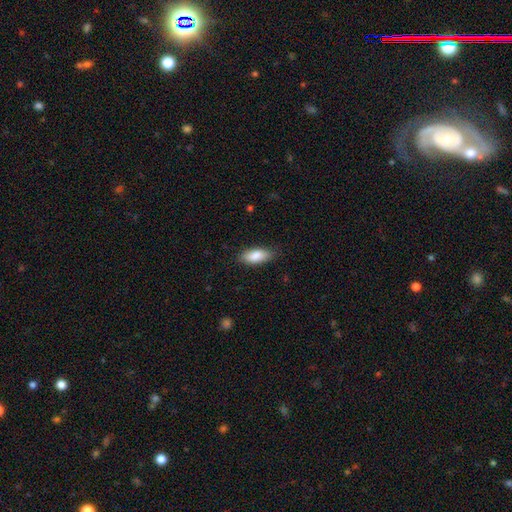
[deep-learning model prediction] smooth 85%, featured or disk 9%, star or artifact 6%. Down the decision tree: how rounded — in between (81%); merging — none (84%).